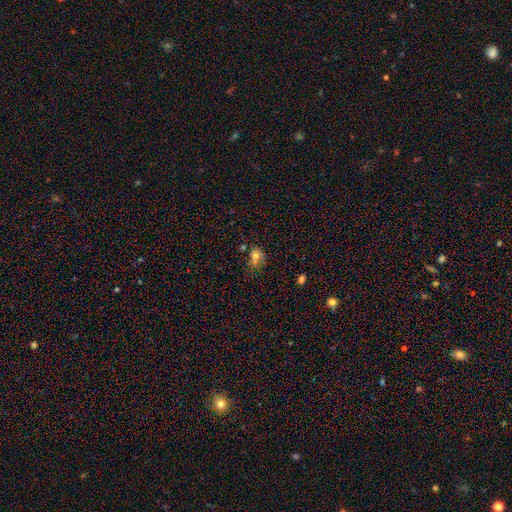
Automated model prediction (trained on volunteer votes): smooth-or-featured: smooth: 68% | star or artifact: 19% | featured or disk: 14%
  how-rounded: round: 56% | in between: 43% | cigar-shaped: 2%
  merging: none: 44% | minor disturbance: 25% | major disturbance: 17% | merger: 15%